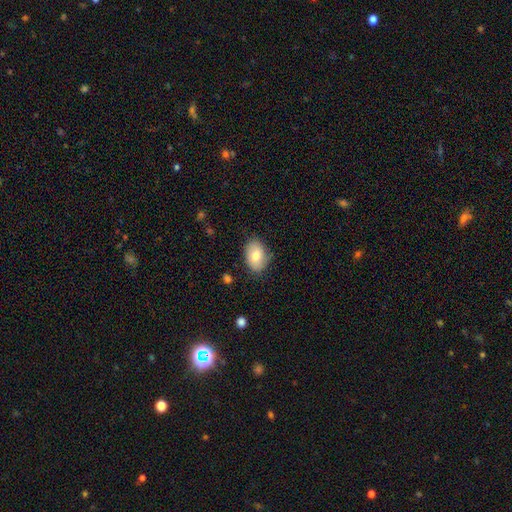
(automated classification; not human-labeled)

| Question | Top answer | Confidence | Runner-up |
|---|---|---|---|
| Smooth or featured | smooth | 75% | featured or disk (18%) |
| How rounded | in between | 79% | round (20%) |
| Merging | none | 74% | minor disturbance (21%) |